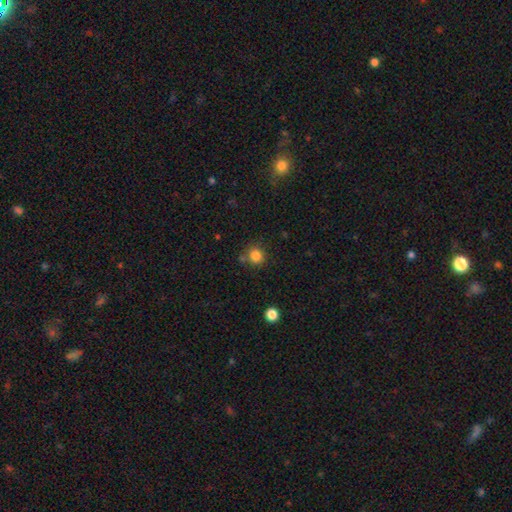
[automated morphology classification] Smooth or featured: smooth — 83% (star or artifact — 12%)
How rounded: round — 86% (in between — 13%)
Merging: none — 76% (minor disturbance — 11%)